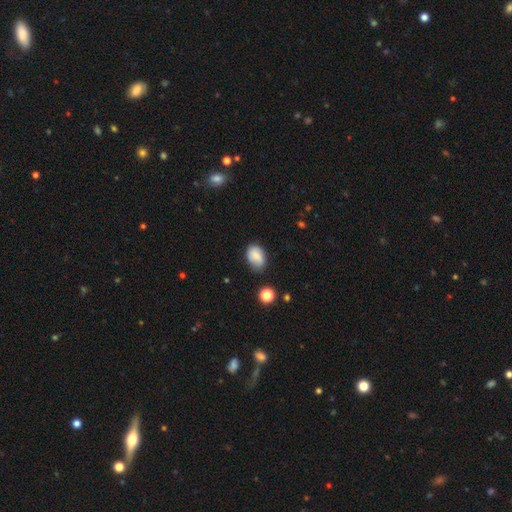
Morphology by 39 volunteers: smooth 85%, featured or disk 13%, star or artifact 3%. Down the decision tree: how rounded — in between (91%); merging — none (61%).